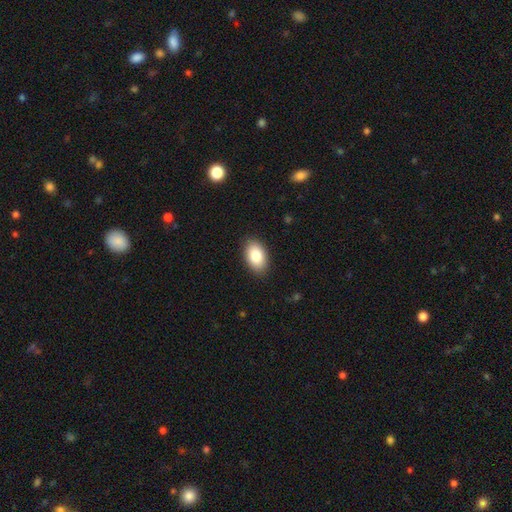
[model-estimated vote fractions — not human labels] Morphology: type=smooth (84%); roundness=in between (92%); merging=none (88%).